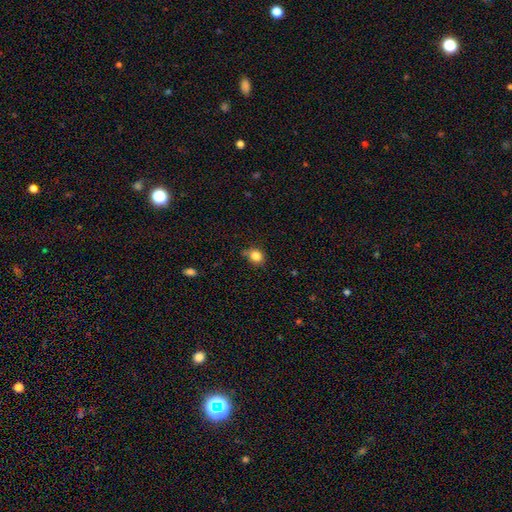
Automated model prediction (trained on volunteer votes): This is clearly a smooth galaxy (84%). How rounded: likely round (65%). Merging: likely none (63%).